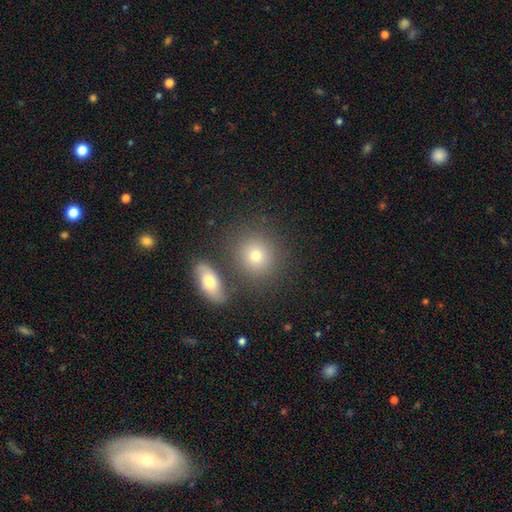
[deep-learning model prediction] smooth-or-featured: smooth: 77% | featured or disk: 12% | star or artifact: 11%
  how-rounded: round: 77% | in between: 21% | cigar-shaped: 2%
  merging: none: 77% | merger: 12% | minor disturbance: 9% | major disturbance: 3%